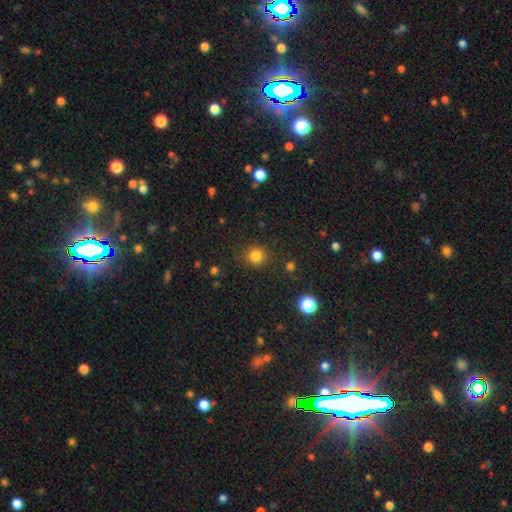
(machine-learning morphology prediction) smooth_or_featured: smooth (p=0.82) [alt: star or artifact p=0.14]
how_rounded: round (p=0.91) [alt: in between p=0.08]
merging: none (p=0.88) [alt: minor disturbance p=0.07]